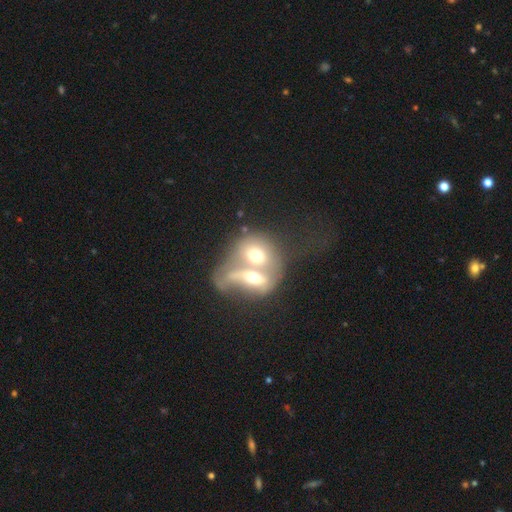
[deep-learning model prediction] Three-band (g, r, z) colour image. It shows a smooth galaxy with no disk features (53%) that is in between round and cigar-shaped (49%). Merging: merger (79%).